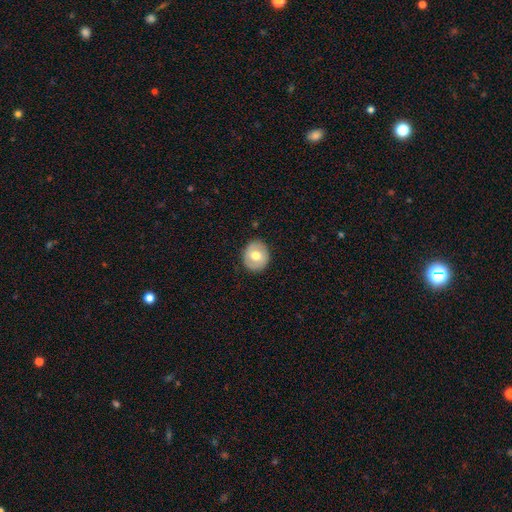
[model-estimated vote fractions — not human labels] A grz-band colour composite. It shows a smooth galaxy with no disk features (64%) that is round (77%). Merging: none (88%).